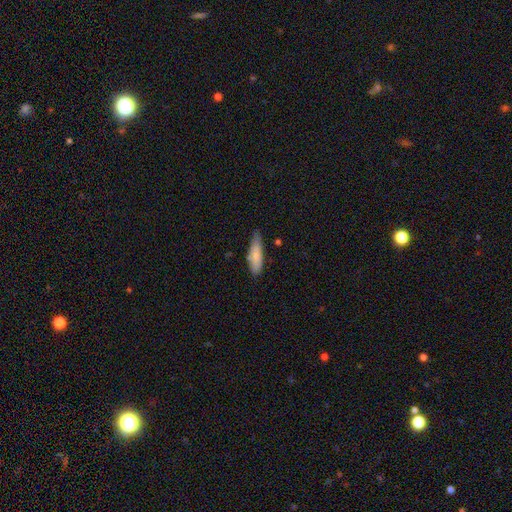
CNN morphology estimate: This appears to be a smooth galaxy with no disk features (77%) that is cigar-shaped (57%). Merging: none (67%).